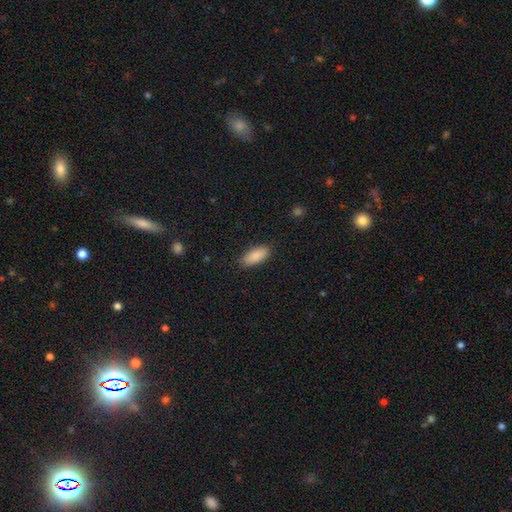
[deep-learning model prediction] This appears to be a smooth galaxy with no disk features (88%) that is in between round and cigar-shaped (85%). Merging: none (87%).